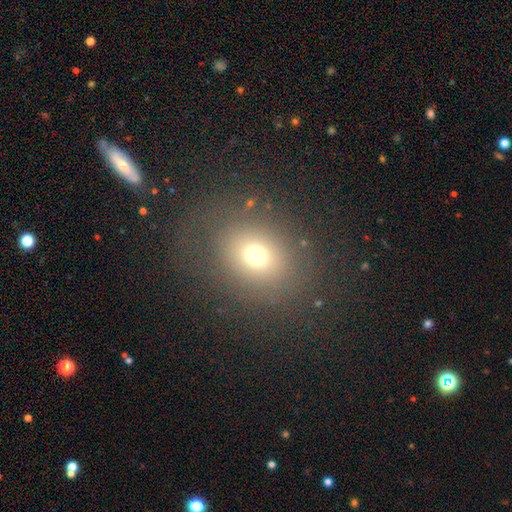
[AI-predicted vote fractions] A smooth galaxy with no disk features (68%) that is round (61%).

Vote fractions:
- Smooth or featured? smooth: 68% / star or artifact: 19% / featured or disk: 14%
- How rounded? round: 61% / in between: 37% / cigar-shaped: 1%
- Merging? none: 74% / minor disturbance: 13% / major disturbance: 11% / merger: 2%